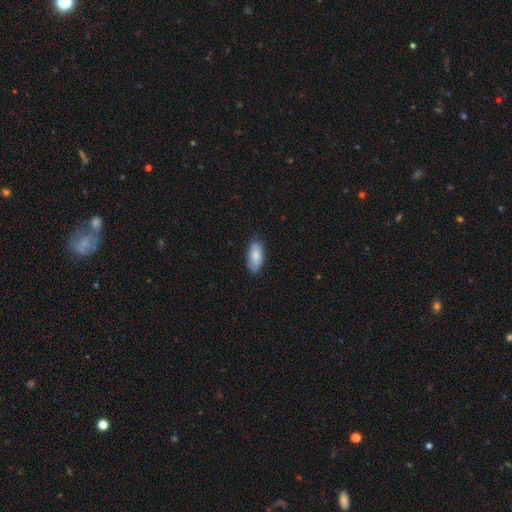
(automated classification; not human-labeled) A smooth galaxy with no disk features (82%) that is in between round and cigar-shaped (89%).

Vote fractions:
- Smooth or featured? smooth: 82% / featured or disk: 12% / star or artifact: 6%
- How rounded? in between: 89% / cigar-shaped: 9% / round: 2%
- Merging? none: 80% / minor disturbance: 16% / major disturbance: 2% / merger: 1%